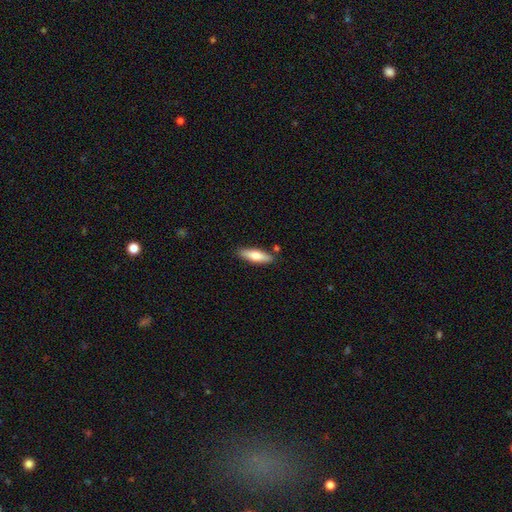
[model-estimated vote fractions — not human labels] A smooth galaxy with no disk features (70%) that is cigar-shaped (53%).

Vote fractions:
- Smooth or featured? smooth: 70% / featured or disk: 24% / star or artifact: 6%
- How rounded? cigar-shaped: 53% / in between: 45% / round: 2%
- Merging? none: 83% / minor disturbance: 11% / merger: 4% / major disturbance: 2%